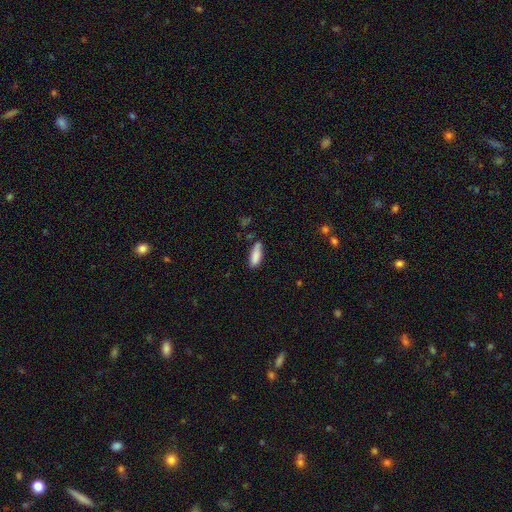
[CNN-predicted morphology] smooth-or-featured: smooth: 87% | star or artifact: 7% | featured or disk: 6%
  how-rounded: in between: 69% | cigar-shaped: 29% | round: 2%
  merging: none: 64% | minor disturbance: 25% | merger: 6% | major disturbance: 5%